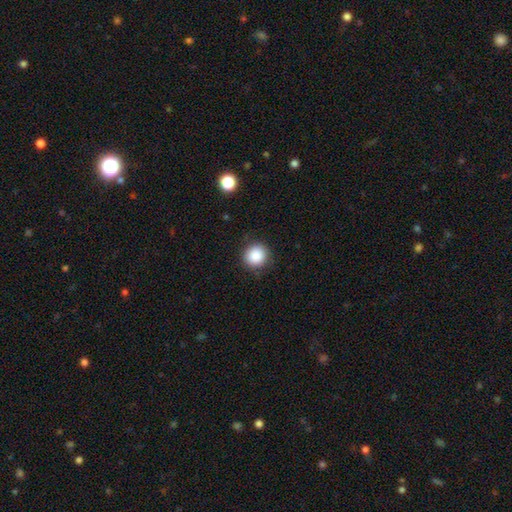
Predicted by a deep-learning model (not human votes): This is clearly a smooth galaxy (87%). How rounded: clearly round (92%). Merging: clearly none (88%).